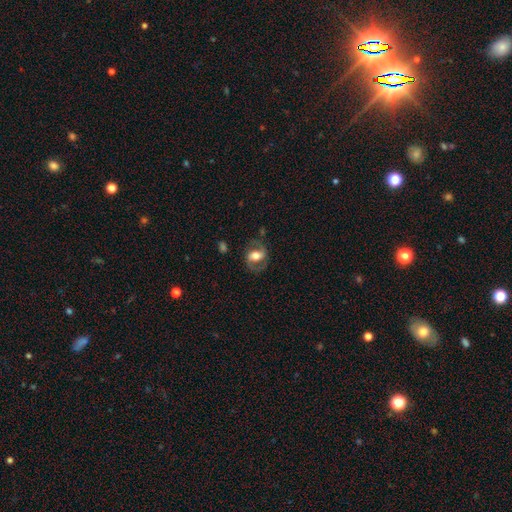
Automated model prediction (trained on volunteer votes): This is likely a featured or disk galaxy (67%). It is clearly not viewed edge-on (95%). Bar: marginally weak (38%). Spiral arm pattern: clearly yes (85%). Spiral arm count: clearly 2 (88%). Spiral winding: possibly medium (52%). Central bulge: possibly moderate (52%). Merging: likely none (72%).